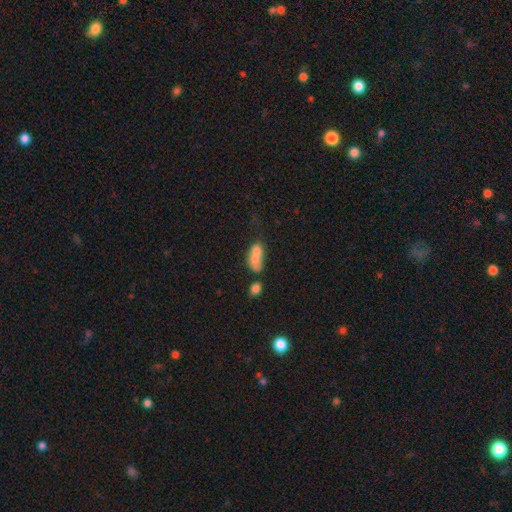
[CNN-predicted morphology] A smooth galaxy with no disk features (69%) that is in between round and cigar-shaped (80%). Merging: merger (49%).